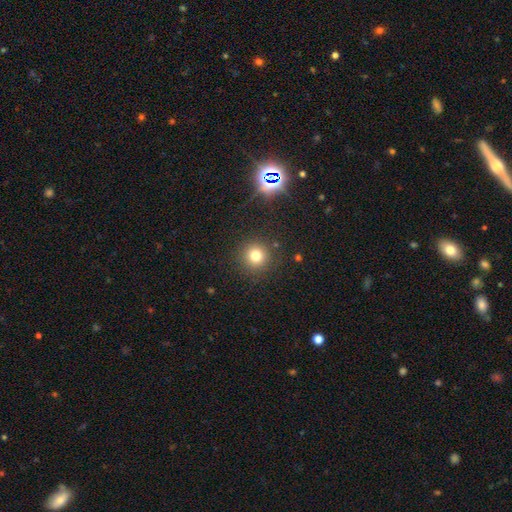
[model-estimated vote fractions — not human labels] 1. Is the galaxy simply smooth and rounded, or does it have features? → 75% smooth, 17% star or artifact, 7% featured or disk.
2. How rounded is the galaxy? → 94% round, 5% in between, 1% cigar-shaped.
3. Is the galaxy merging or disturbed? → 89% none, 7% minor disturbance, 3% major disturbance, 2% merger.